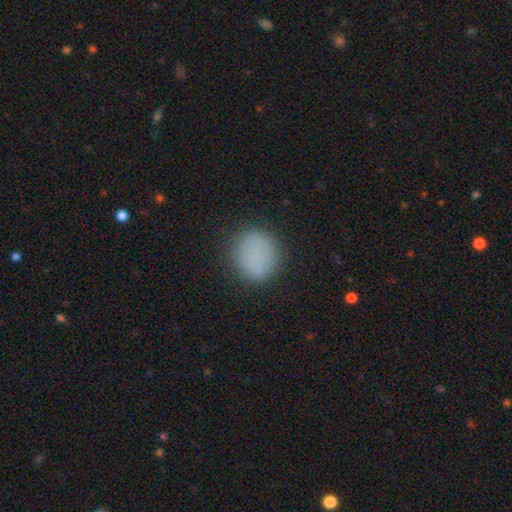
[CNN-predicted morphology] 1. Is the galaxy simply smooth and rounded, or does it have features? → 83% smooth, 11% star or artifact, 6% featured or disk.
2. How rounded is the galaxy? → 85% round, 14% in between, 1% cigar-shaped.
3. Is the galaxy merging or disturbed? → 85% none, 10% minor disturbance, 3% major disturbance, 1% merger.